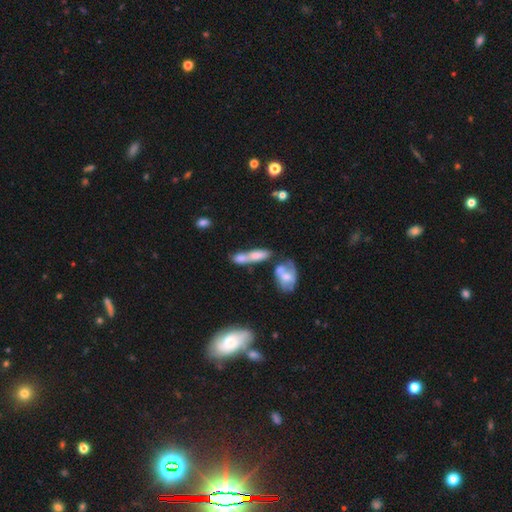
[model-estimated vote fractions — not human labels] The model was most divided on "how rounded": in between: 53%, cigar-shaped: 42%, round: 5%. More confident: smooth or featured — smooth (64%); merging — merger (58%).